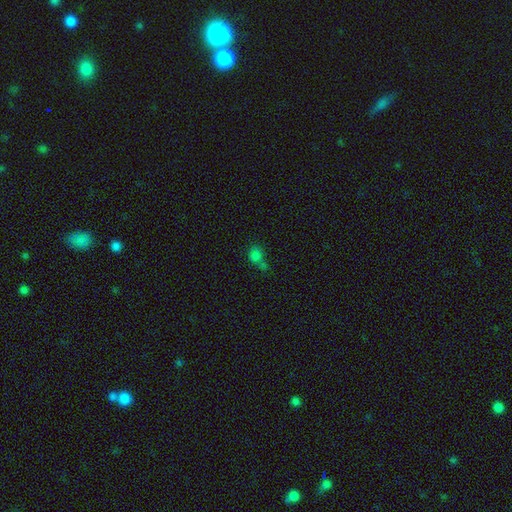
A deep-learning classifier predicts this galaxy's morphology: A smooth galaxy with no disk features (74%) that is round (58%).

Vote fractions:
- Smooth or featured? smooth: 74% / star or artifact: 18% / featured or disk: 8%
- How rounded? round: 58% / in between: 41% / cigar-shaped: 2%
- Merging? merger: 40% / none: 37% / minor disturbance: 15% / major disturbance: 8%